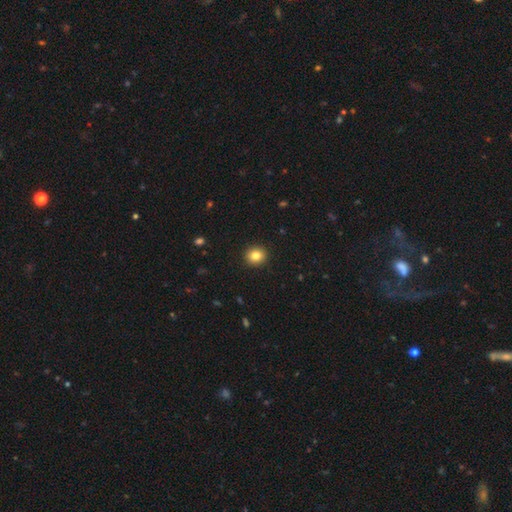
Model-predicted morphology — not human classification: Smooth or featured: smooth — 83% (star or artifact — 10%)
How rounded: round — 85% (in between — 15%)
Merging: none — 92% (minor disturbance — 5%)